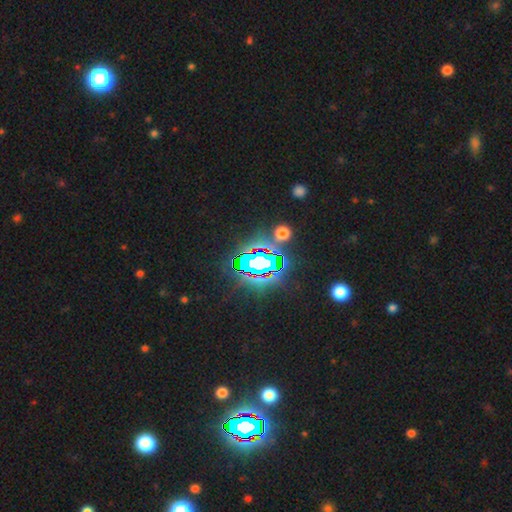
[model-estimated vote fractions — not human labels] A star or artifact, not a galaxy (80%).